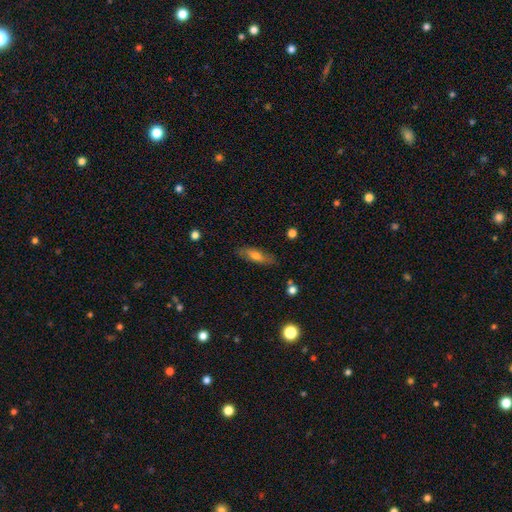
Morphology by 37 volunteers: Q: Smooth or featured?
A: smooth (78%); runner-up: featured or disk (22%)
Q: How rounded?
A: in between (59%); runner-up: cigar-shaped (41%)
Q: Merging?
A: none (78%); runner-up: minor disturbance (14%)